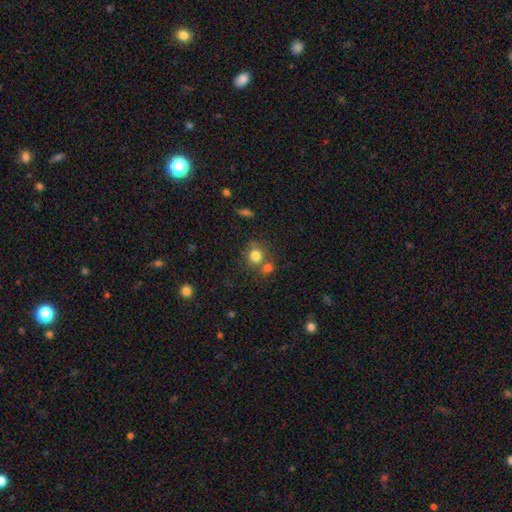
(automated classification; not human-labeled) The model was most divided on "merging": none: 58%, merger: 28%, minor disturbance: 10%, major disturbance: 4%. More confident: how rounded — round (85%); smooth or featured — smooth (79%).